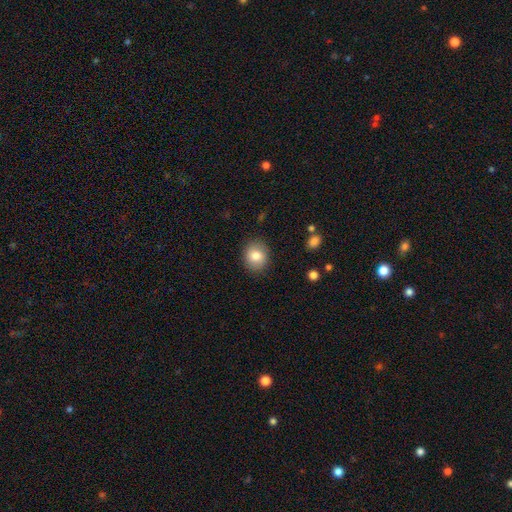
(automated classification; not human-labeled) Morphology: type=smooth (82%); roundness=round (67%); merging=none (87%).